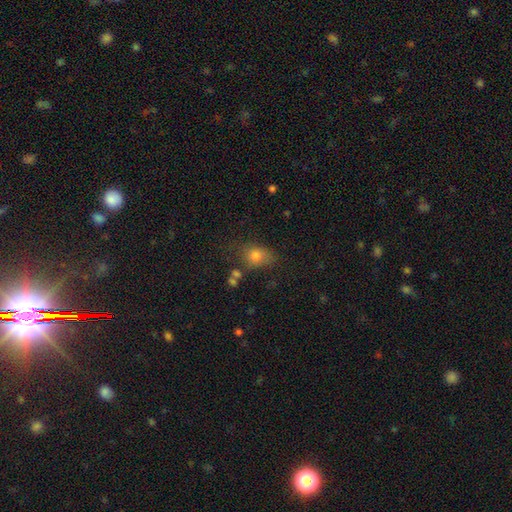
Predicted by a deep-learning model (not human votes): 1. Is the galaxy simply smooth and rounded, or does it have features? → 74% smooth, 15% star or artifact, 11% featured or disk.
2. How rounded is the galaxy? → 61% in between, 37% round, 2% cigar-shaped.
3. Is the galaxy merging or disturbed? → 62% none, 21% minor disturbance, 9% major disturbance, 8% merger.